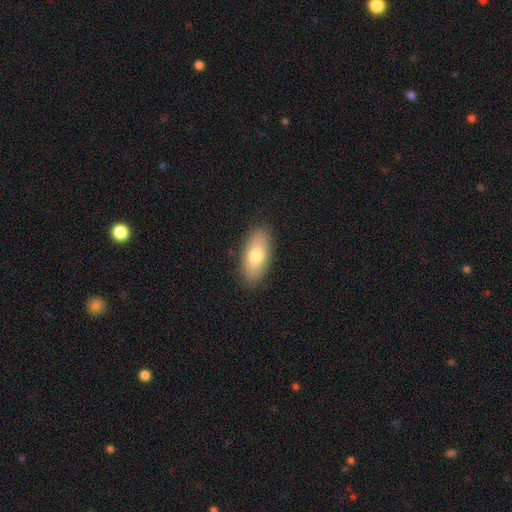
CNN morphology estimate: The model was most divided on "smooth or featured": smooth: 74%, featured or disk: 20%, star or artifact: 6%. More confident: how rounded — in between (89%); merging — none (88%).